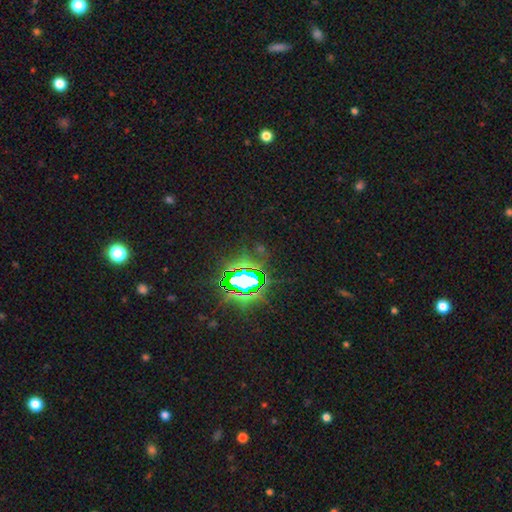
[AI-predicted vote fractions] Morphology: type=star or artifact (82%).